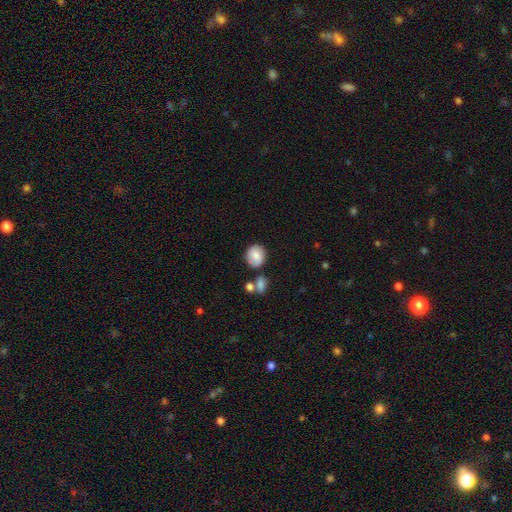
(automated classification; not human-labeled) smooth 78%, featured or disk 15%, star or artifact 8%. Down the decision tree: how rounded — round (74%); merging — none (69%).